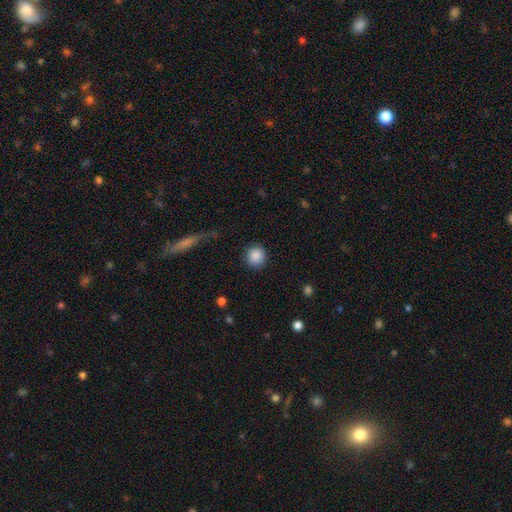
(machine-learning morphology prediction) Q: Smooth or featured?
A: smooth (88%); runner-up: star or artifact (8%)
Q: How rounded?
A: round (93%); runner-up: in between (6%)
Q: Merging?
A: none (89%); runner-up: minor disturbance (7%)